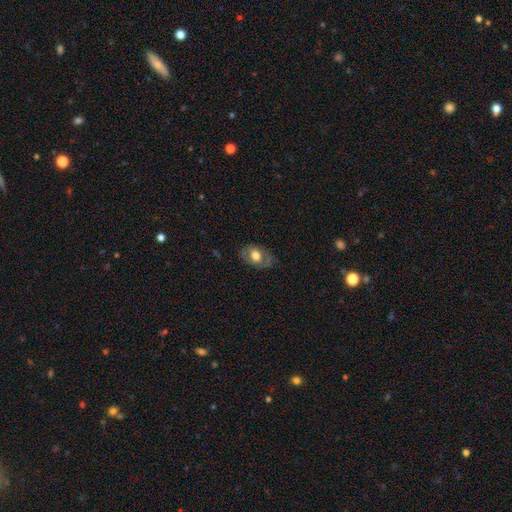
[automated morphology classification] A smooth galaxy with no disk features (53%) that is in between round and cigar-shaped (79%).

Vote fractions:
- Smooth or featured? smooth: 53% / featured or disk: 39% / star or artifact: 8%
- How rounded? in between: 79% / round: 20% / cigar-shaped: 1%
- Merging? none: 67% / minor disturbance: 23% / major disturbance: 9% / merger: 1%